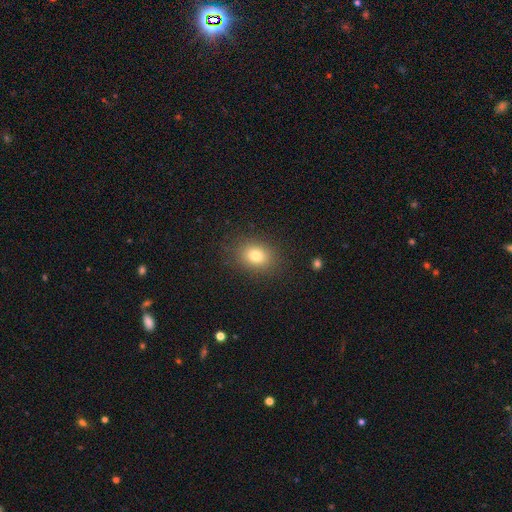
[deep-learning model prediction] Q: Smooth or featured?
A: smooth (78%); runner-up: star or artifact (12%)
Q: How rounded?
A: in between (55%); runner-up: round (44%)
Q: Merging?
A: none (87%); runner-up: minor disturbance (9%)